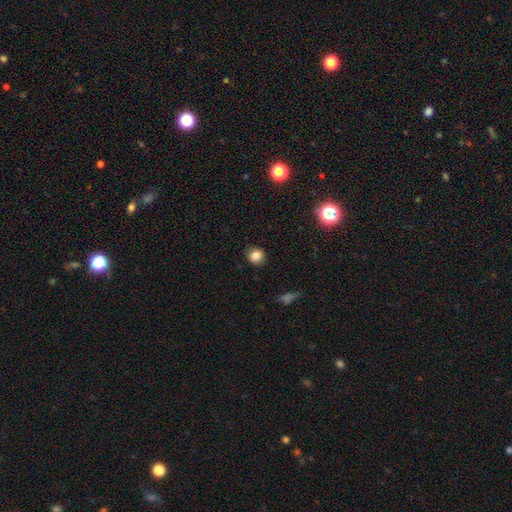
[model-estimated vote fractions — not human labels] Smooth or featured?
  - smooth: 84% *
  - star or artifact: 11%
  - featured or disk: 5%
How rounded?
  - round: 84% *
  - in between: 15%
  - cigar-shaped: 1%
Merging?
  - none: 85% *
  - minor disturbance: 11%
  - major disturbance: 2%
  - merger: 1%